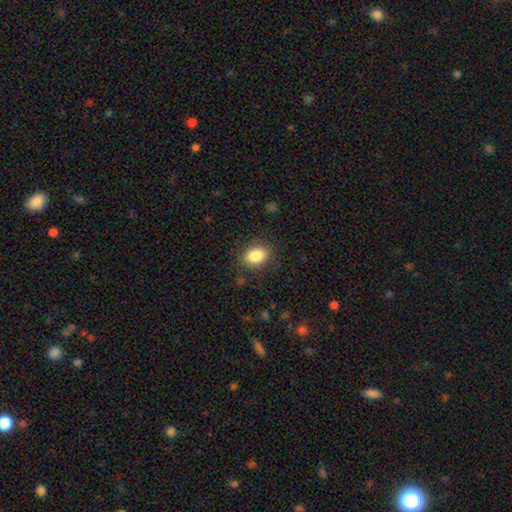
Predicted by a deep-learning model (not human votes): Smooth or featured: smooth — 86% (star or artifact — 8%)
How rounded: in between — 80% (round — 19%)
Merging: none — 84% (minor disturbance — 12%)